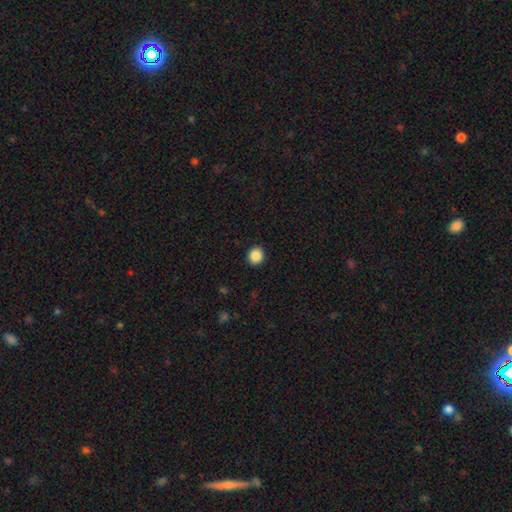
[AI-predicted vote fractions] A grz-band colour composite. It shows a smooth galaxy with no disk features (88%) that is round (86%). Merging: none (93%).